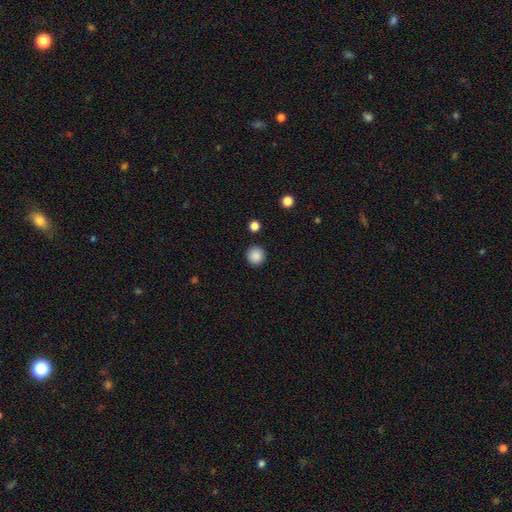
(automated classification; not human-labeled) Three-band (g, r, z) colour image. It shows a smooth galaxy with no disk features (88%) that is round (94%). Merging: none (92%).